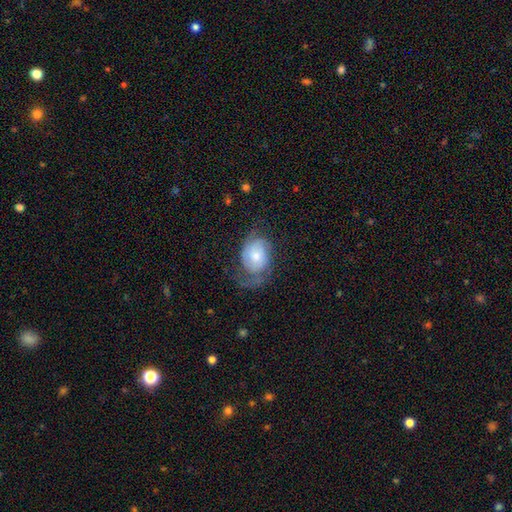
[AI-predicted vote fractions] Smooth or featured? featured or disk (65%)
Edge-on disk? no (96%)
Bar? no (73%)
Spiral arms? yes (86%)
Spiral winding? medium (38%)
Spiral arm count? 2 (56%)
Bulge size? moderate (52%)
Merging? none (49%)